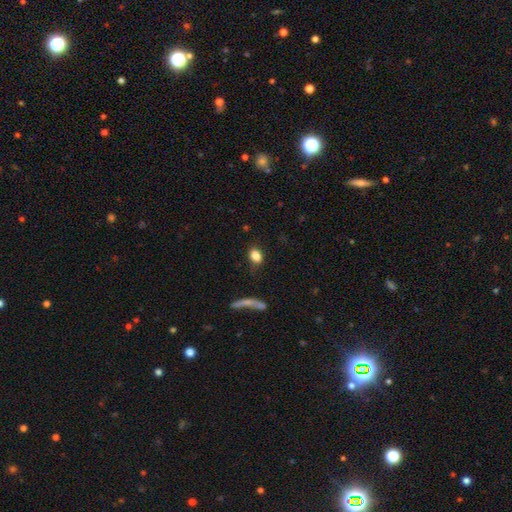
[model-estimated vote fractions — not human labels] A smooth galaxy with no disk features (83%) that is in between round and cigar-shaped (66%). Merging: none (71%).